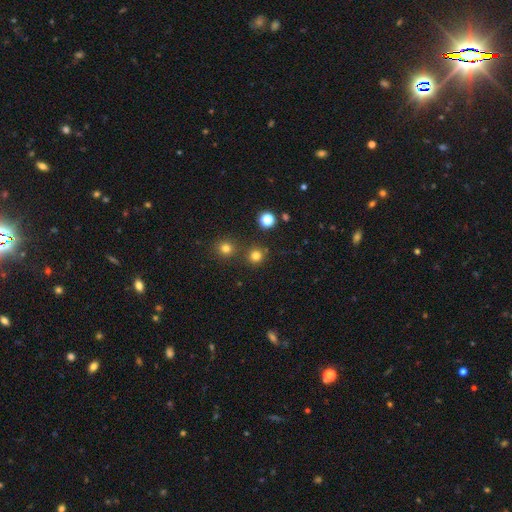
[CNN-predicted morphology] smooth-or-featured: smooth: 76% | star or artifact: 19% | featured or disk: 5%
  how-rounded: round: 92% | in between: 7% | cigar-shaped: 1%
  merging: none: 81% | merger: 10% | minor disturbance: 7% | major disturbance: 3%